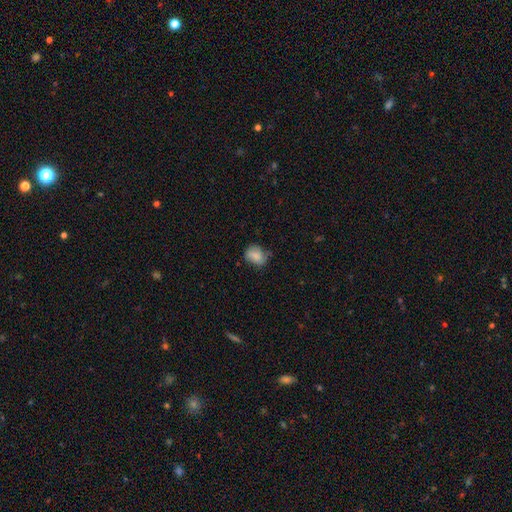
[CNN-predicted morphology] Smooth or featured? smooth (71%)
How rounded? in between (54%)
Merging? none (58%)